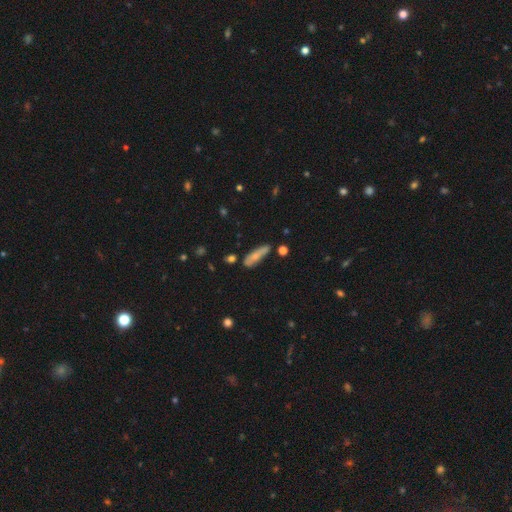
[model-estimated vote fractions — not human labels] Smooth or featured: smooth — 71% (featured or disk — 22%)
How rounded: cigar-shaped — 69% (in between — 29%)
Merging: none — 62% (minor disturbance — 25%)